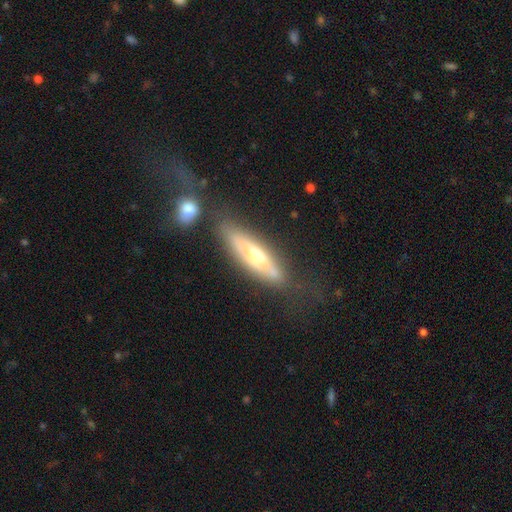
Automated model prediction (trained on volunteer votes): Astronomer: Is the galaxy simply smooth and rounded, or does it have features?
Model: featured or disk — 61%.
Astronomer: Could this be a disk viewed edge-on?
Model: yes — 66%.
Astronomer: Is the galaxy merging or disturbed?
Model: none — 58%.